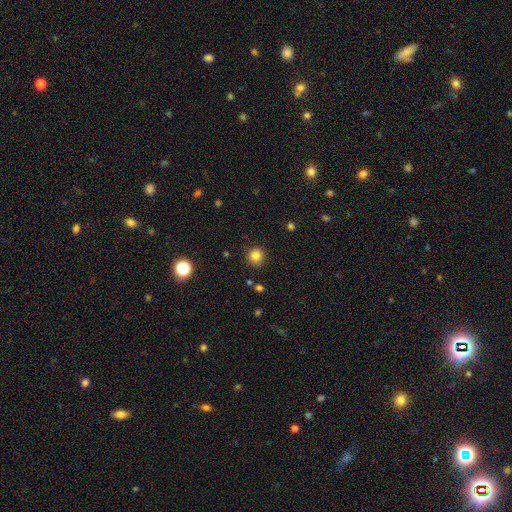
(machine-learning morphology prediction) smooth_or_featured: smooth (p=0.83) [alt: star or artifact p=0.12]
how_rounded: round (p=0.93) [alt: in between p=0.06]
merging: none (p=0.89) [alt: minor disturbance p=0.08]